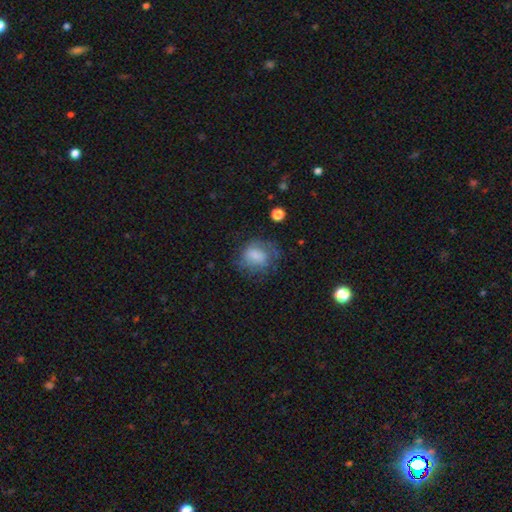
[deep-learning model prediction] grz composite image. It shows a smooth galaxy with no disk features (66%) that is round (55%). Merging: none (51%).